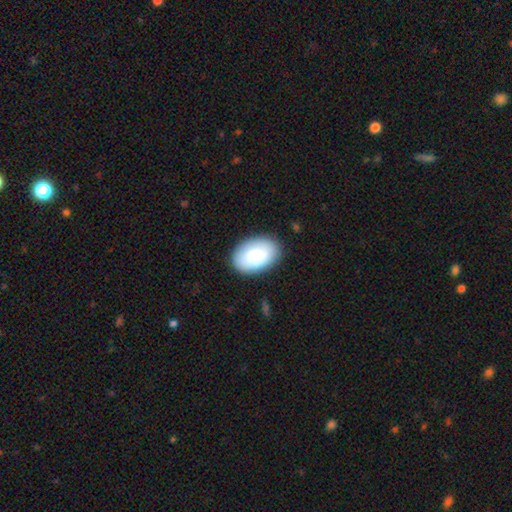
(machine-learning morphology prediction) A smooth galaxy with no disk features (78%) that is in between round and cigar-shaped (87%).

Vote fractions:
- Smooth or featured? smooth: 78% / featured or disk: 16% / star or artifact: 6%
- How rounded? in between: 87% / round: 12% / cigar-shaped: 1%
- Merging? none: 87% / minor disturbance: 10% / major disturbance: 3% / merger: 1%